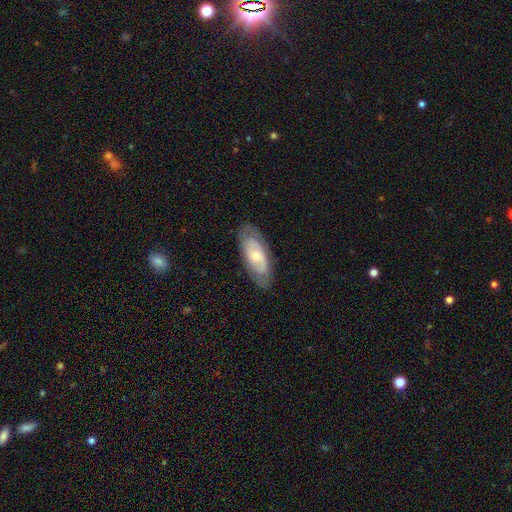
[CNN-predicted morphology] Smooth or featured: featured or disk — 54% (smooth — 40%)
Edge-on disk: no — 86% (yes — 14%)
Merging: none — 81% (minor disturbance — 14%)